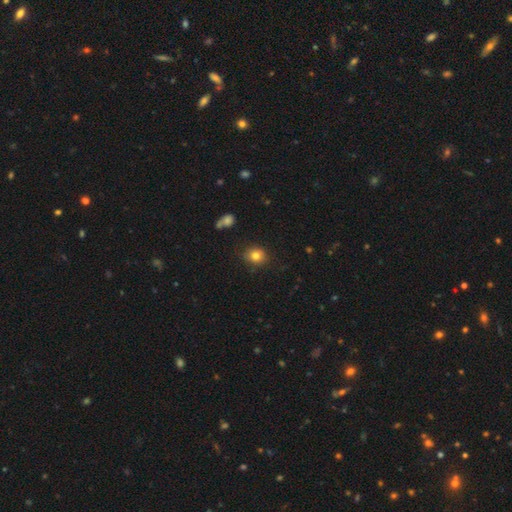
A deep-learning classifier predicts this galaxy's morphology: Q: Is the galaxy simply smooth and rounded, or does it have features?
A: smooth — 81%.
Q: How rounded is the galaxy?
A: round — 72%.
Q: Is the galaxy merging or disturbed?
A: none — 84%.